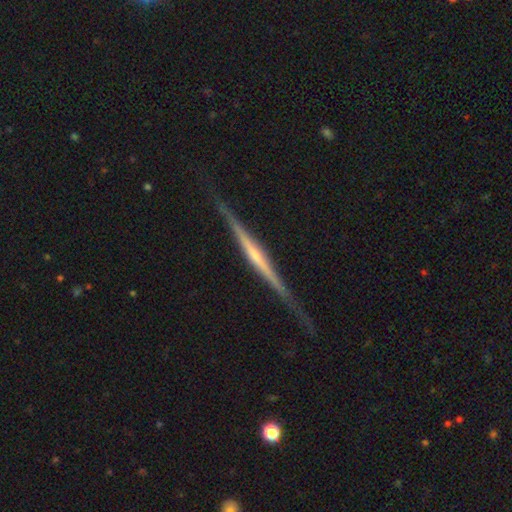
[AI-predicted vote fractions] Smooth or featured: featured or disk — 81% (smooth — 13%)
Edge-on disk: yes — 98% (no — 2%)
Edge-on bulge: rounded — 52% (none — 38%)
Merging: none — 83% (minor disturbance — 13%)